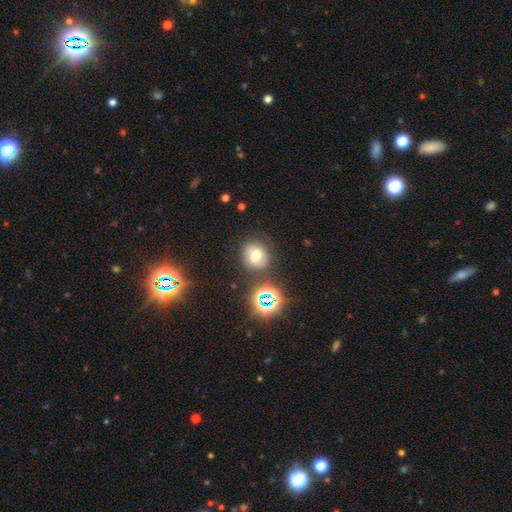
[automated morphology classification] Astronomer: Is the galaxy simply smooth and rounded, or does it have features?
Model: smooth — 57%.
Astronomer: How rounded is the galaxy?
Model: round — 69%.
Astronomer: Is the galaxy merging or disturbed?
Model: none — 74%.